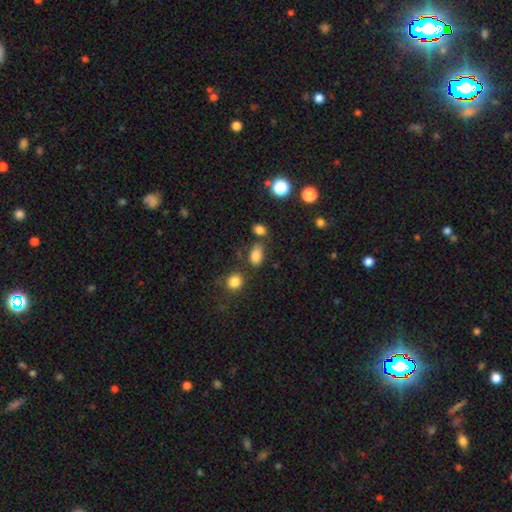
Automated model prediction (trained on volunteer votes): This is clearly a smooth galaxy (82%). How rounded: clearly in between (86%). Merging: likely none (67%).